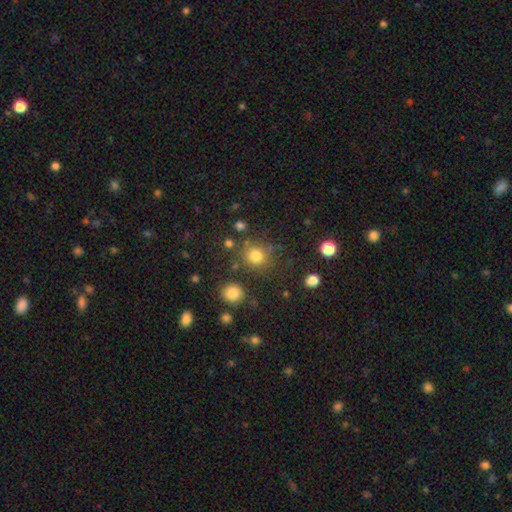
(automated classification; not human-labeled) The model was most divided on "smooth or featured": smooth: 78%, star or artifact: 15%, featured or disk: 7%. More confident: how rounded — round (87%); merging — none (77%).